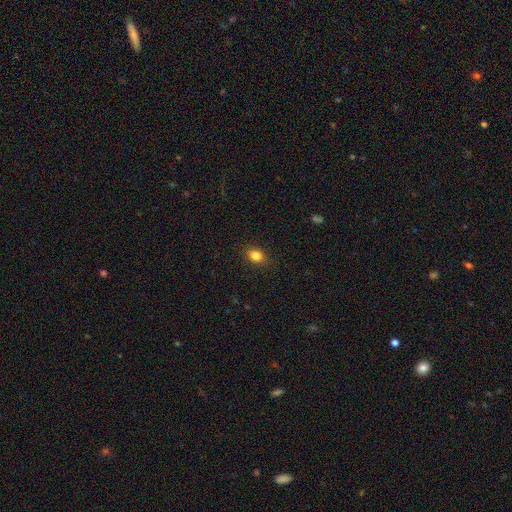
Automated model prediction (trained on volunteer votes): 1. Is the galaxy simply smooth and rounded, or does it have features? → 84% smooth, 11% star or artifact, 5% featured or disk.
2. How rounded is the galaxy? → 59% in between, 40% round, 1% cigar-shaped.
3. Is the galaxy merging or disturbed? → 88% none, 9% minor disturbance, 2% major disturbance, 1% merger.